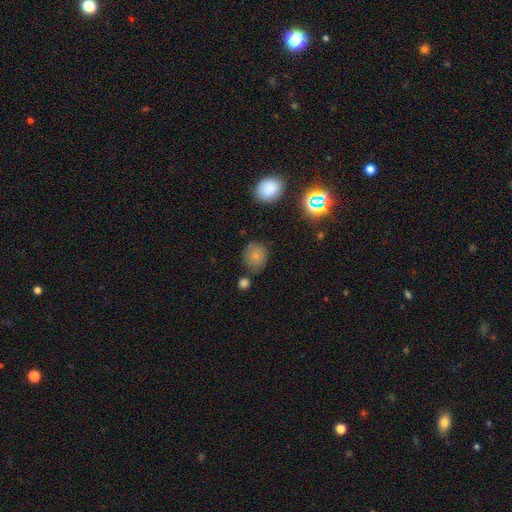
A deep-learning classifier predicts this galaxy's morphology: A smooth galaxy with no disk features (77%) that is round (75%).

Vote fractions:
- Smooth or featured? smooth: 77% / star or artifact: 12% / featured or disk: 11%
- How rounded? round: 75% / in between: 24% / cigar-shaped: 1%
- Merging? none: 70% / minor disturbance: 18% / merger: 7% / major disturbance: 5%